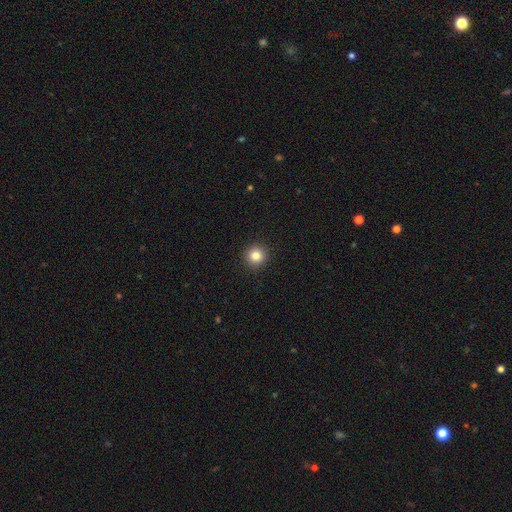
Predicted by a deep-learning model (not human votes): Smooth or featured? smooth (83%)
How rounded? round (94%)
Merging? none (93%)